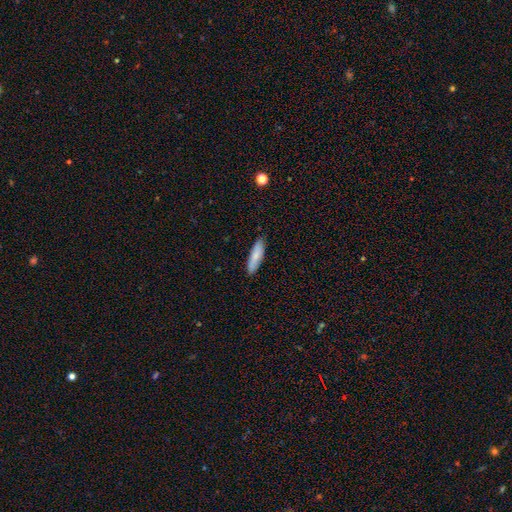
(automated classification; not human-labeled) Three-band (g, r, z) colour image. It shows a smooth galaxy with no disk features (81%) that is cigar-shaped (67%). Merging: none (87%).